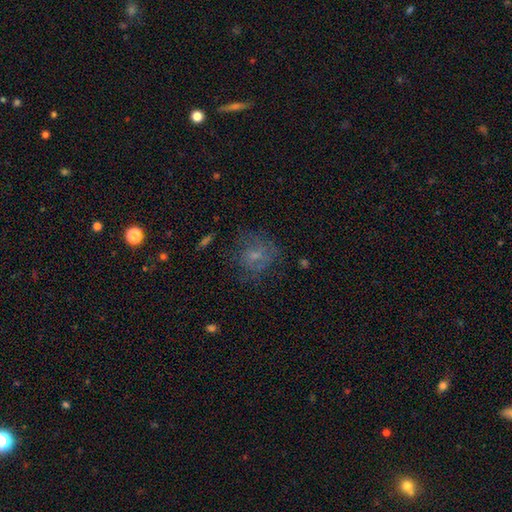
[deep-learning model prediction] smooth 52%, featured or disk 33%, star or artifact 16%. Down the decision tree: how rounded — round (73%); merging — none (60%).